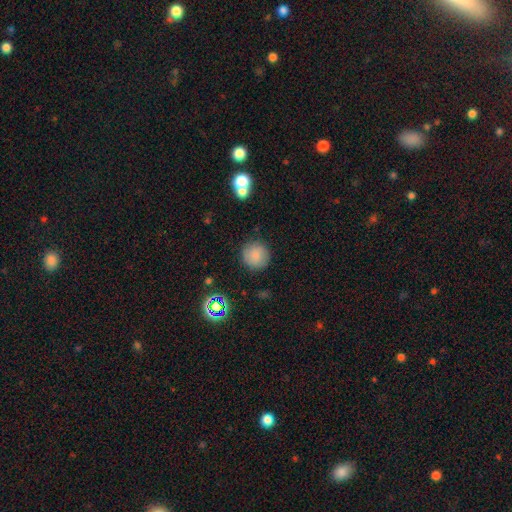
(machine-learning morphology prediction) This appears to be a smooth galaxy with no disk features (82%) that is round (94%). Merging: none (86%).